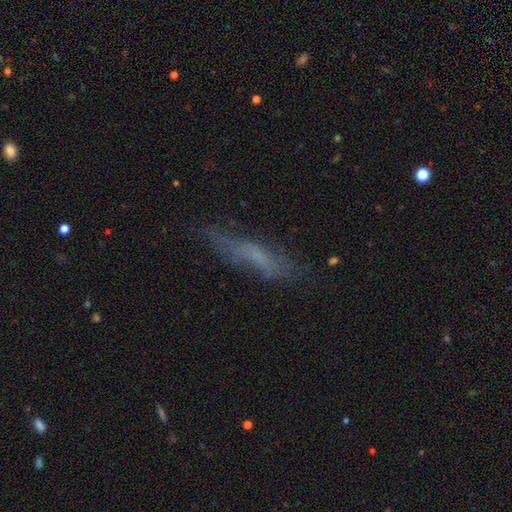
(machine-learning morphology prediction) This appears to be a smooth galaxy with no disk features (50%). Merging: none (64%).